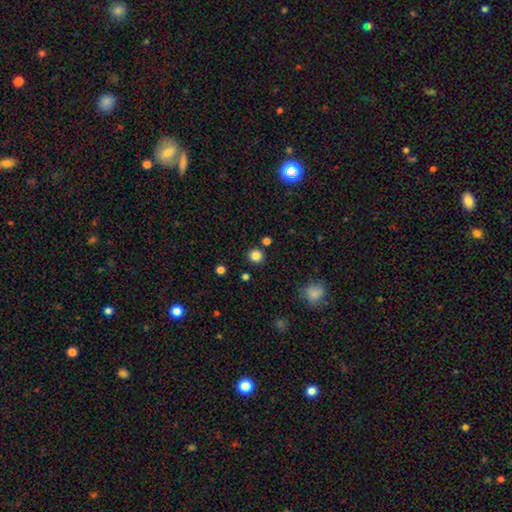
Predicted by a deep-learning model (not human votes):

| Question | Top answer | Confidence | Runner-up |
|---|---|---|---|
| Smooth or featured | smooth | 83% | star or artifact (13%) |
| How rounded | round | 93% | in between (6%) |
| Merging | none | 88% | minor disturbance (6%) |